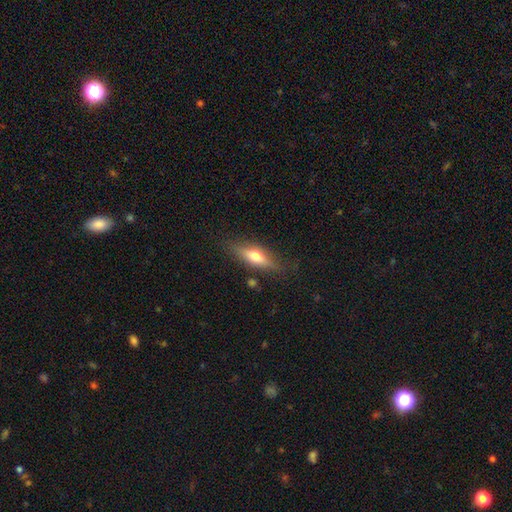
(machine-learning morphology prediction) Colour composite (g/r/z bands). It shows a smooth galaxy with no disk features (50%). Merging: none (81%).